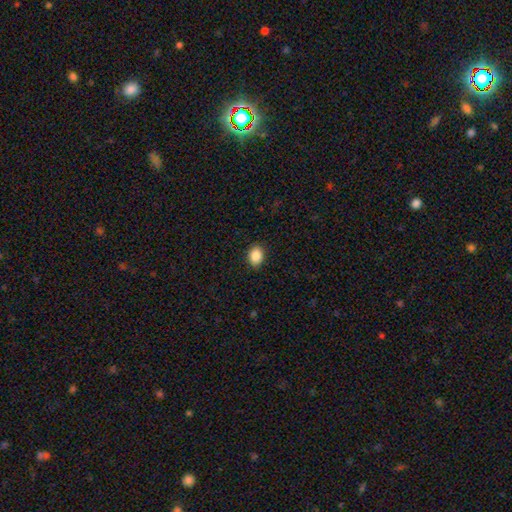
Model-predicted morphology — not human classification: The model was most divided on "how rounded": in between: 68%, round: 31%, cigar-shaped: 1%. More confident: merging — none (89%); smooth or featured — smooth (88%).